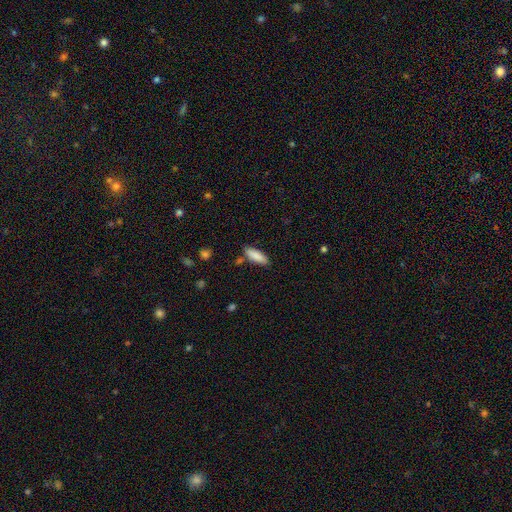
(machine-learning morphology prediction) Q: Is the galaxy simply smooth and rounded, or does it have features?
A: smooth — 88%.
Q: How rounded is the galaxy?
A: in between — 58%.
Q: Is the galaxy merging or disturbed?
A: none — 81%.